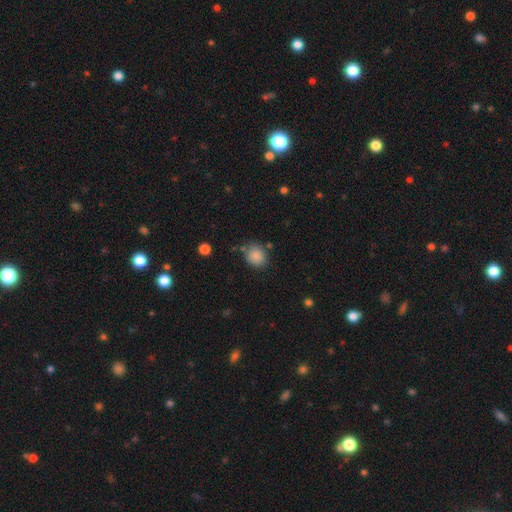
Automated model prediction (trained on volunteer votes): smooth-or-featured: smooth: 87% | star or artifact: 9% | featured or disk: 4%
  how-rounded: round: 66% | in between: 33% | cigar-shaped: 1%
  merging: none: 76% | minor disturbance: 15% | merger: 5% | major disturbance: 4%